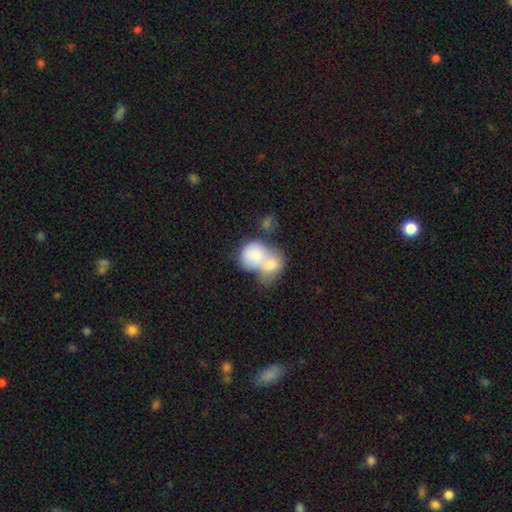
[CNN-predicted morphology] The model was most divided on "how rounded": round: 52%, in between: 47%, cigar-shaped: 1%. More confident: merging — merger (78%); smooth or featured — smooth (75%).